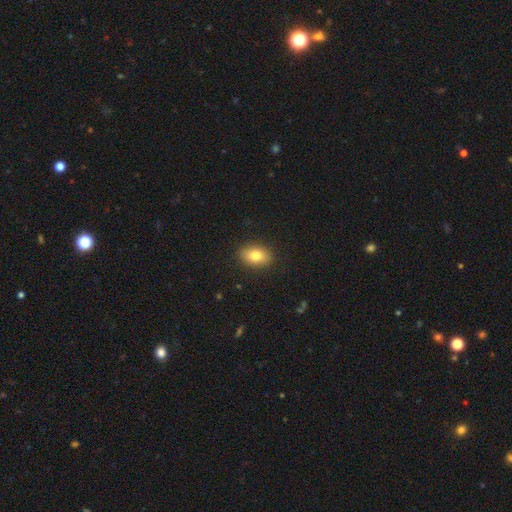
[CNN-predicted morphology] Q: Smooth or featured?
A: smooth (81%); runner-up: featured or disk (11%)
Q: How rounded?
A: in between (84%); runner-up: round (14%)
Q: Merging?
A: none (89%); runner-up: minor disturbance (8%)